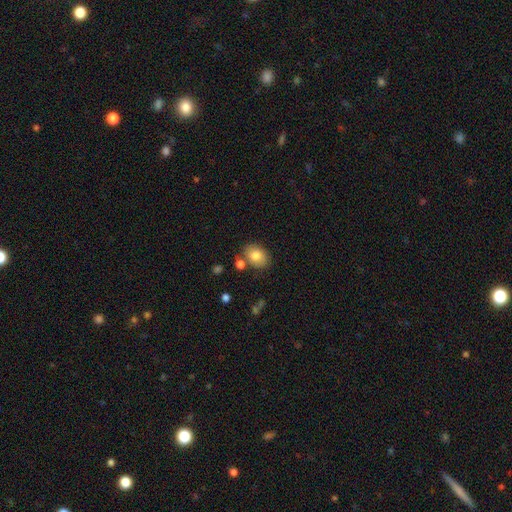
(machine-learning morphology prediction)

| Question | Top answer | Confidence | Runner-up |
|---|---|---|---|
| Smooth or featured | smooth | 81% | featured or disk (11%) |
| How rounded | in between | 66% | round (33%) |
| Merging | none | 75% | minor disturbance (13%) |